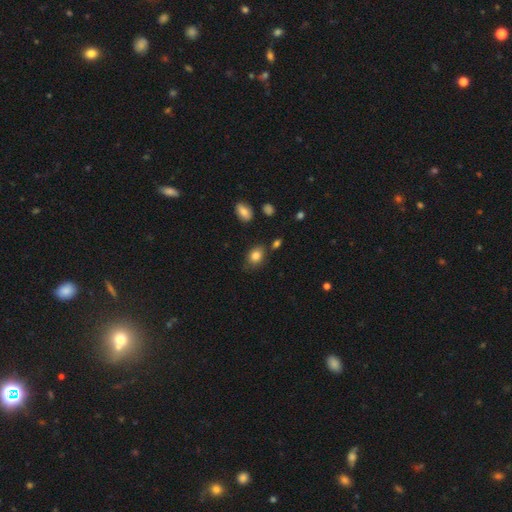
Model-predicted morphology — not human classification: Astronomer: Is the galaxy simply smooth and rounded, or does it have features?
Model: smooth — 83%.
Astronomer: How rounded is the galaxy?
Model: in between — 70%.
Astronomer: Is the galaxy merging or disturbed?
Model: none — 73%.